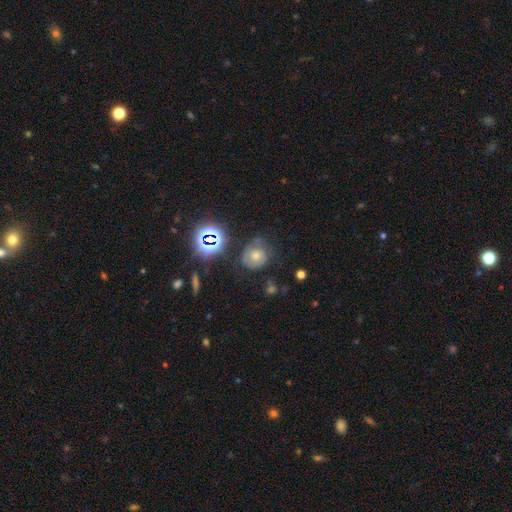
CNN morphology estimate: Overall: featured or disk (35%; star or artifact 34%). Merging: none (68%).